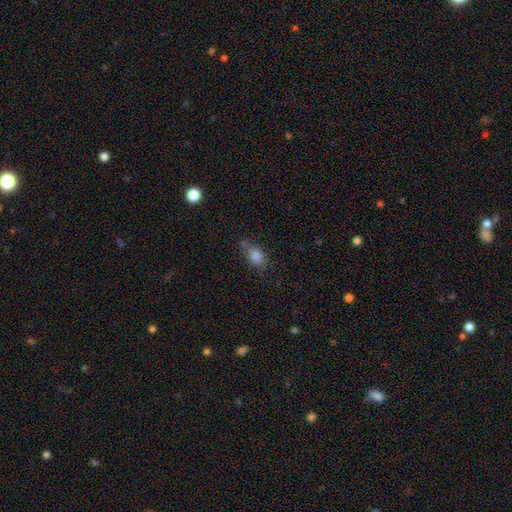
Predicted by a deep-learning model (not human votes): smooth_or_featured: smooth (p=0.83) [alt: star or artifact p=0.10]
how_rounded: in between (p=0.76) [alt: round p=0.21]
merging: none (p=0.61) [alt: minor disturbance p=0.21]